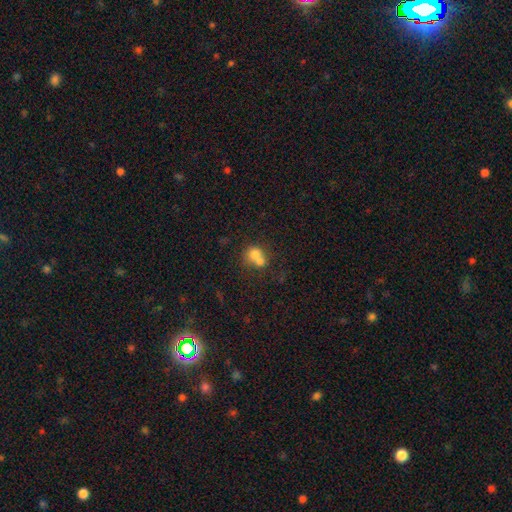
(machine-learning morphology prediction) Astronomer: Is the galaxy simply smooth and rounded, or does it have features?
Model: smooth — 72%.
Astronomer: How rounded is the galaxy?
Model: round — 75%.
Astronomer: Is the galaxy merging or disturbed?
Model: merger — 62%.